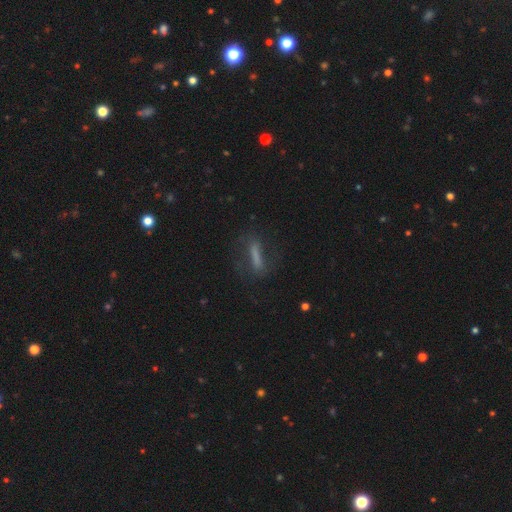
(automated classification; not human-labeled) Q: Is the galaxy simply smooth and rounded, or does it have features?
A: smooth — 49%.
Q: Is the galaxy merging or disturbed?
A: none — 73%.